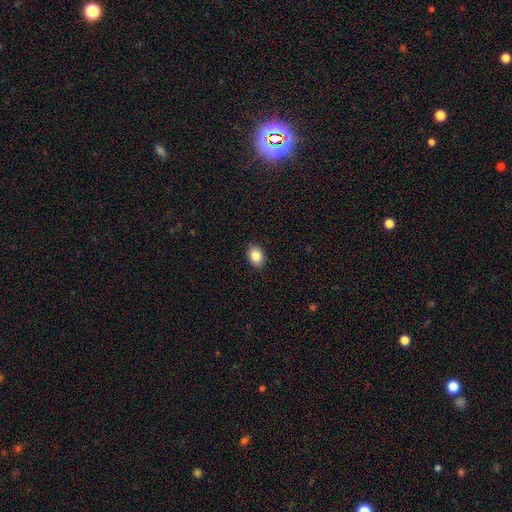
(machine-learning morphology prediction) smooth 87%, star or artifact 8%, featured or disk 5%. Down the decision tree: how rounded — in between (73%); merging — none (89%).